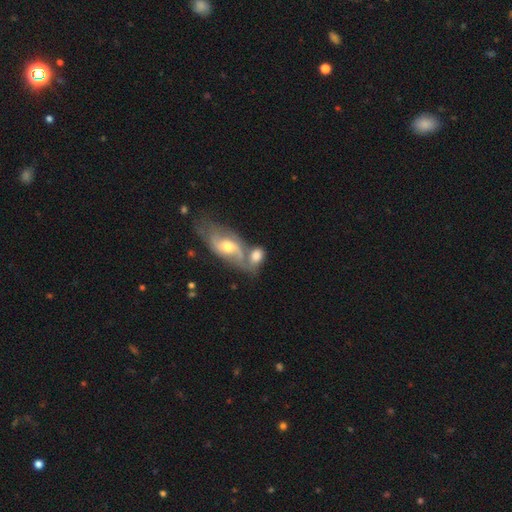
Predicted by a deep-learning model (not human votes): Smooth or featured? Predicted: smooth (p=0.55). How rounded? Predicted: in between (p=0.79). Merging? Predicted: merger (p=0.50).